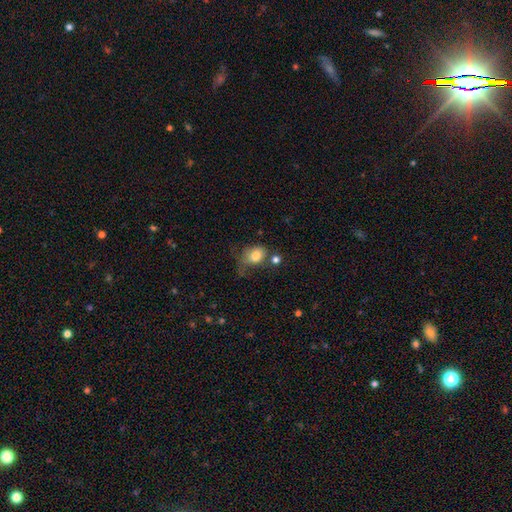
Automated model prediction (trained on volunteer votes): Smooth or featured? smooth (78%)
How rounded? in between (57%)
Merging? none (32%)